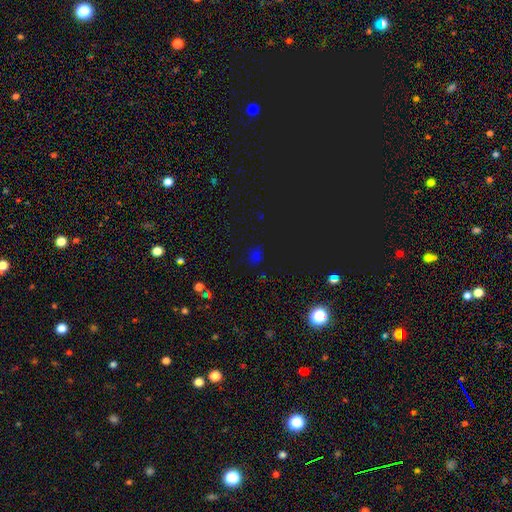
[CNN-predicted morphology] A star or artifact, not a galaxy (47%, tied with smooth).

Vote fractions:
- Smooth or featured? star or artifact: 47% (tied) / smooth: 47% (tied) / featured or disk: 6%